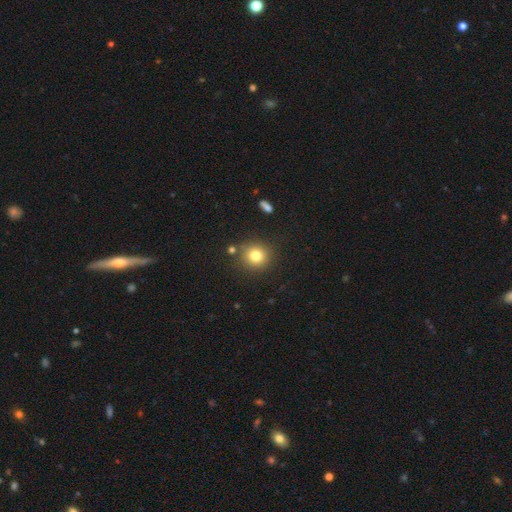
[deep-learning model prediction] Smooth or featured: smooth — 79% (star or artifact — 13%)
How rounded: round — 89% (in between — 10%)
Merging: none — 84% (minor disturbance — 8%)